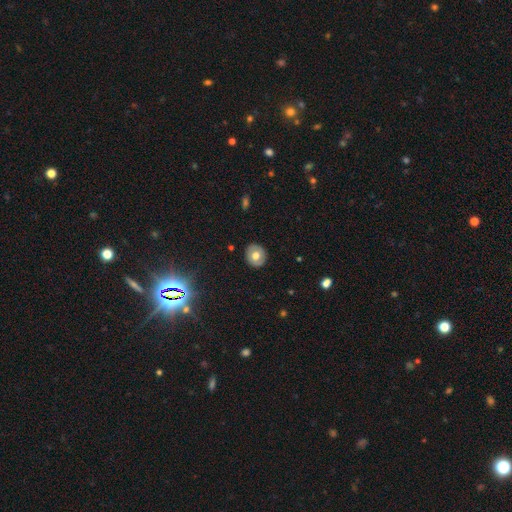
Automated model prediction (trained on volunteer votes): smooth-or-featured: smooth: 61% | featured or disk: 29% | star or artifact: 9%
  how-rounded: round: 83% | in between: 16% | cigar-shaped: 1%
  merging: none: 89% | minor disturbance: 8% | major disturbance: 2% | merger: 1%